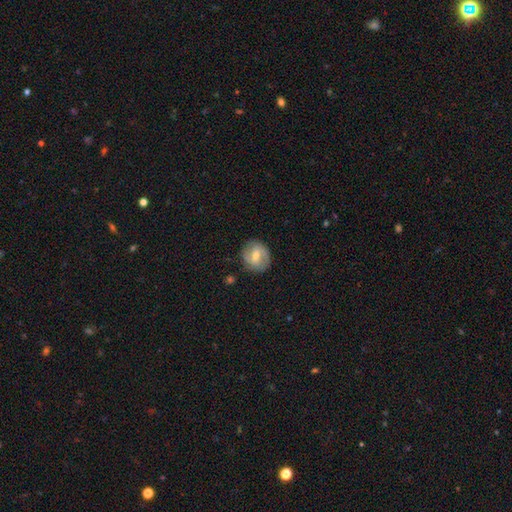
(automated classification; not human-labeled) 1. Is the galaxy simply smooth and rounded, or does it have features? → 65% featured or disk, 29% smooth, 6% star or artifact.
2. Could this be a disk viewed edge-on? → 97% no, 3% yes.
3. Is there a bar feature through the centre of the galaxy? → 51% weak, 26% strong, 24% no.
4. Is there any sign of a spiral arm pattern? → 84% yes, 16% no.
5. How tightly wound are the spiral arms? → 45% medium, 36% tight, 20% loose.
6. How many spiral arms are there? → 81% 2, 11% can't tell, 3% 3, 3% 1, 1% 4, 1% more than 4.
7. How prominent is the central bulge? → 55% moderate, 40% small, 3% large, 2% none, 1% dominant.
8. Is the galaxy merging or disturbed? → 80% none, 14% minor disturbance, 4% major disturbance, 1% merger.